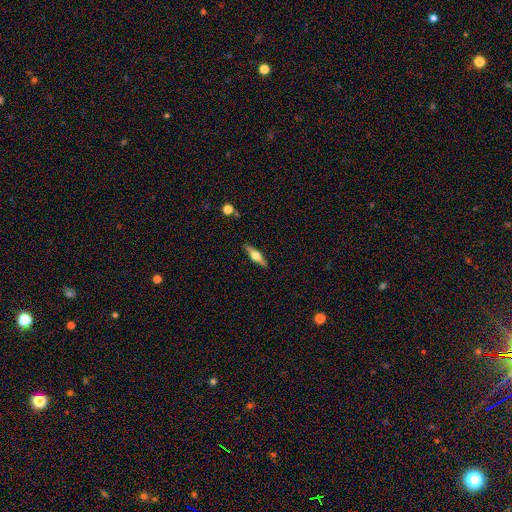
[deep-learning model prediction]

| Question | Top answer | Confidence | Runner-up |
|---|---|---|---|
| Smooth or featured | featured or disk | 69% | smooth (25%) |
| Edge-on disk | yes | 97% | no (3%) |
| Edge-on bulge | rounded | 92% | boxy (6%) |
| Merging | none | 88% | minor disturbance (8%) |